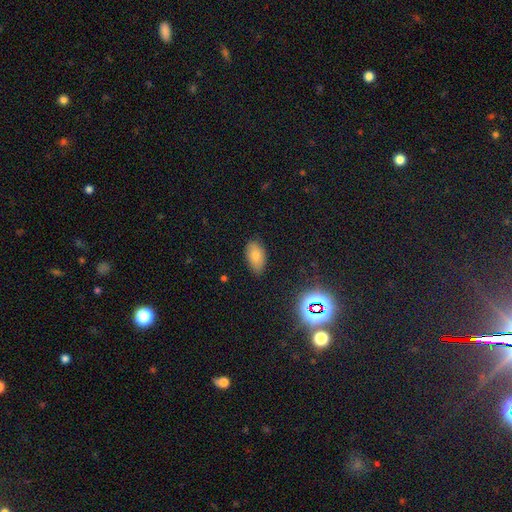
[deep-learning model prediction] smooth 77%, star or artifact 11%, featured or disk 11%. Down the decision tree: how rounded — in between (93%); merging — none (79%).